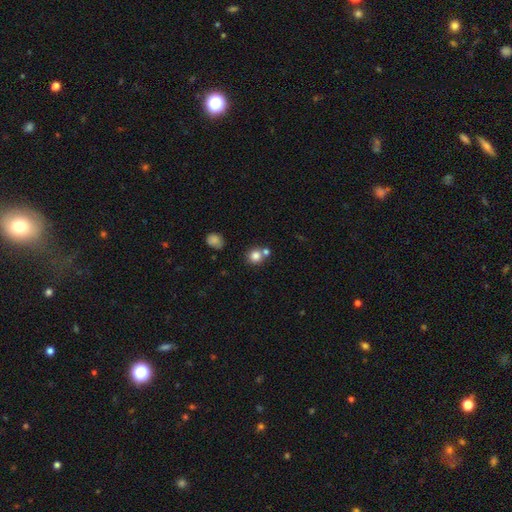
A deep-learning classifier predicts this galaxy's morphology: The model was most divided on "merging": none: 62%, merger: 27%, minor disturbance: 8%, major disturbance: 3%. More confident: how rounded — round (89%); smooth or featured — smooth (81%).